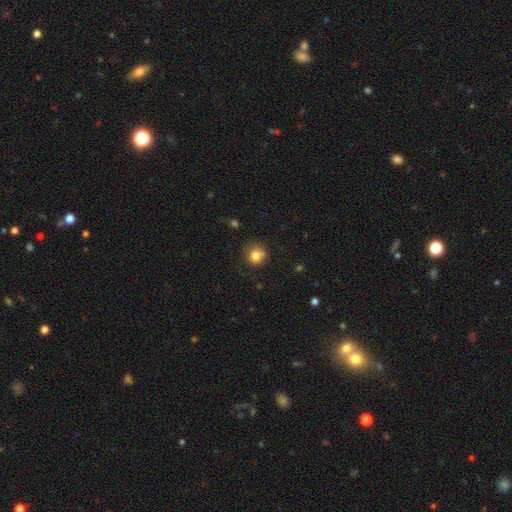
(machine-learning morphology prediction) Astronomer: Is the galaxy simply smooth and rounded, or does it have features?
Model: smooth — 79%.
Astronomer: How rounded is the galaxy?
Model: round — 88%.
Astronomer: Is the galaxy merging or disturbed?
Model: none — 69%.